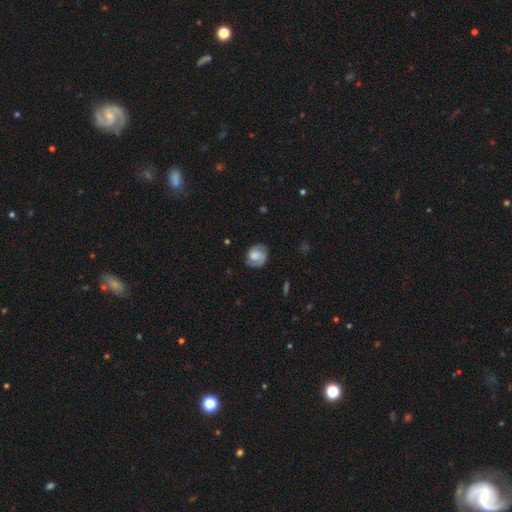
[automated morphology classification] Overall: featured or disk (46%, tied with smooth). Merging: none (69%).